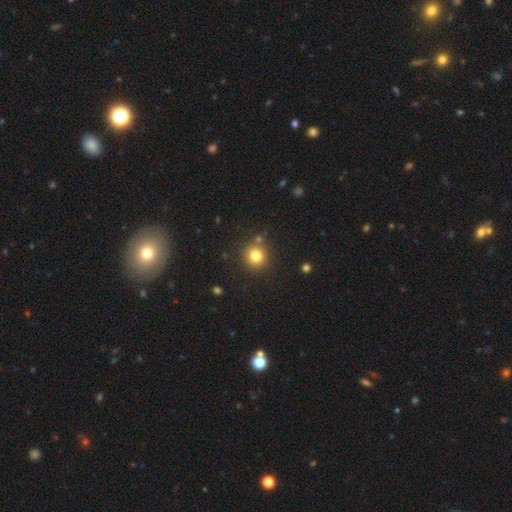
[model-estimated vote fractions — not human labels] Overall: smooth (80%). How rounded: round (91%). Merging: none (85%).